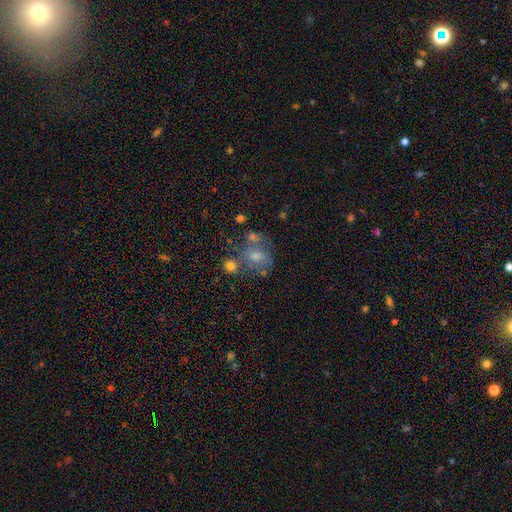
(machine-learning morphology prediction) A smooth galaxy with no disk features (56%) that is round (58%). Merging: none (43%).